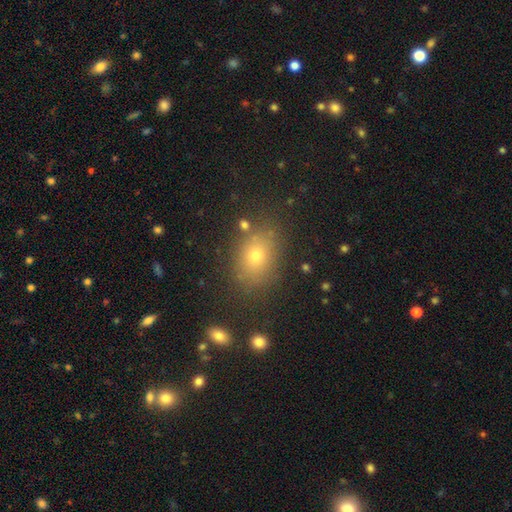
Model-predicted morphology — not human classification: smooth-or-featured: smooth: 75% | star or artifact: 13% | featured or disk: 12%
  how-rounded: in between: 71% | round: 27% | cigar-shaped: 1%
  merging: none: 79% | minor disturbance: 13% | major disturbance: 5% | merger: 4%